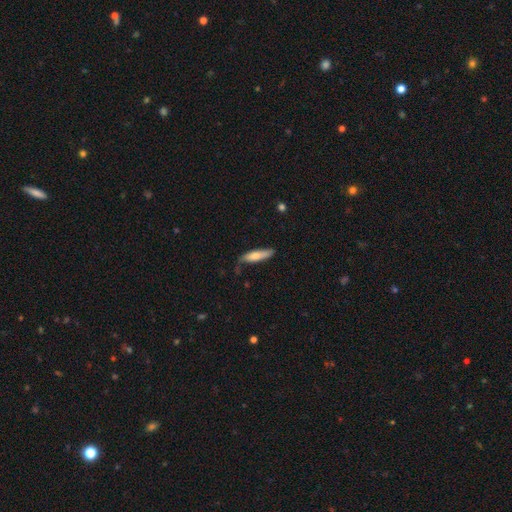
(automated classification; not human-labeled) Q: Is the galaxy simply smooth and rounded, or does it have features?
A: smooth — 71%.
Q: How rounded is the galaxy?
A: cigar-shaped — 73%.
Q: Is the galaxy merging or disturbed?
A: none — 70%.